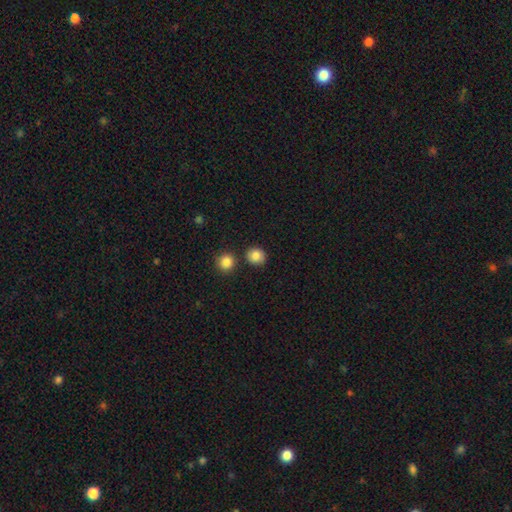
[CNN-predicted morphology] A smooth galaxy with no disk features (85%) that is round (82%).

Vote fractions:
- Smooth or featured? smooth: 85% / star or artifact: 9% / featured or disk: 6%
- How rounded? round: 82% / in between: 18% / cigar-shaped: 1%
- Merging? none: 82% / minor disturbance: 9% / merger: 7% / major disturbance: 2%